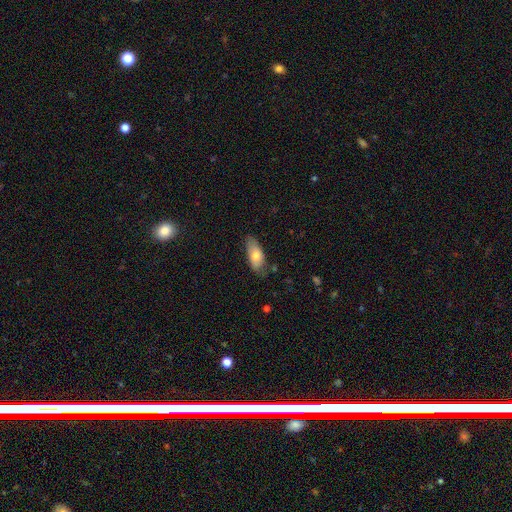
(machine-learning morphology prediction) Q: Smooth or featured?
A: smooth (73%); runner-up: featured or disk (21%)
Q: How rounded?
A: in between (83%); runner-up: cigar-shaped (15%)
Q: Merging?
A: none (69%); runner-up: minor disturbance (24%)